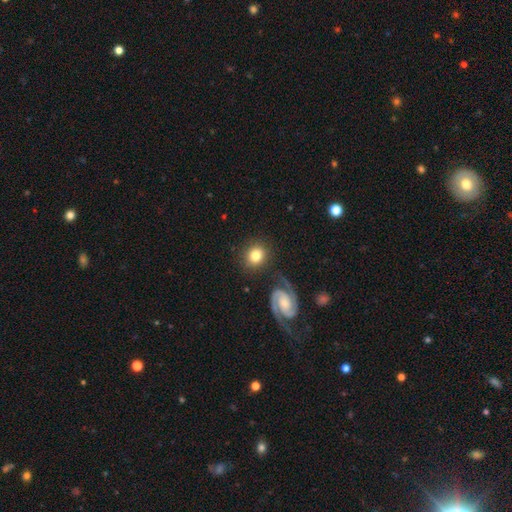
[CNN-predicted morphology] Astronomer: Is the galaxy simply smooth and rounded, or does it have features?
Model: smooth — 71%.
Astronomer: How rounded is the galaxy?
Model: round — 77%.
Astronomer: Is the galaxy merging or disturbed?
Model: none — 80%.